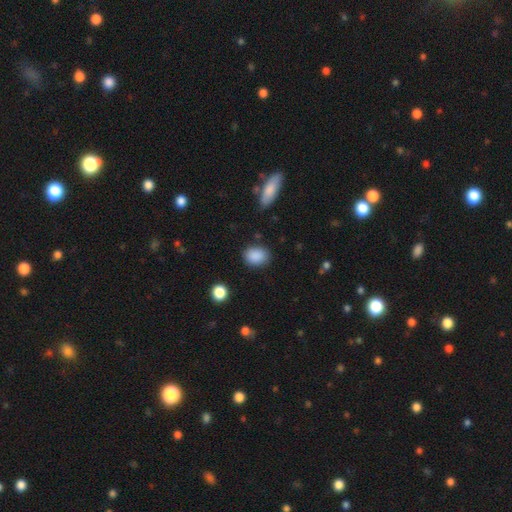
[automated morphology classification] Smooth or featured? Predicted: smooth (p=0.88). How rounded? Predicted: in between (p=0.63). Merging? Predicted: none (p=0.83).